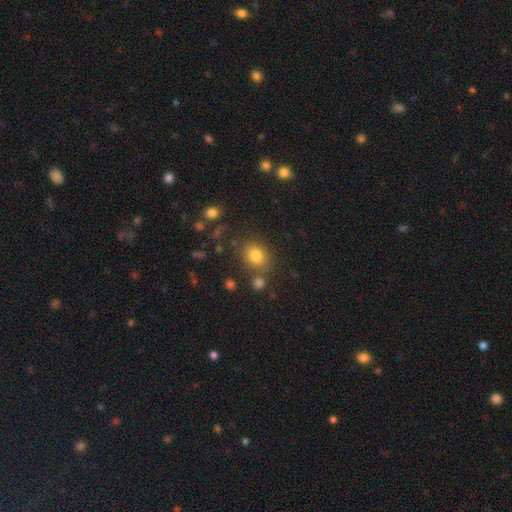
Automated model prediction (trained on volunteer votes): Smooth or featured?
  - smooth: 80% *
  - star or artifact: 13%
  - featured or disk: 8%
How rounded?
  - round: 59% *
  - in between: 39%
  - cigar-shaped: 1%
Merging?
  - none: 75% *
  - minor disturbance: 12%
  - merger: 9%
  - major disturbance: 4%